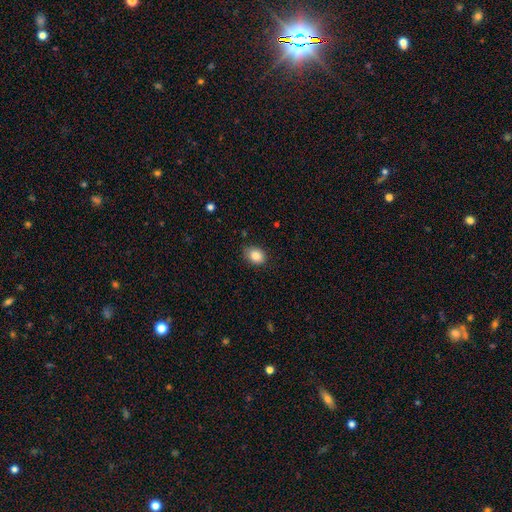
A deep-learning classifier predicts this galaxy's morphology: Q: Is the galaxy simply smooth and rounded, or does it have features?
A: smooth — 86%.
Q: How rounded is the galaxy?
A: in between — 61%.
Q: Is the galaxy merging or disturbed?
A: none — 79%.